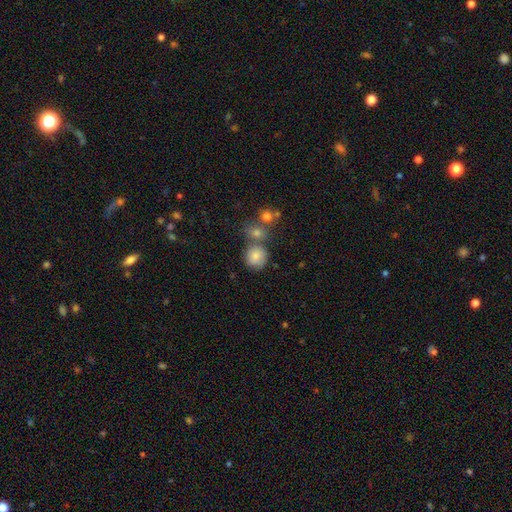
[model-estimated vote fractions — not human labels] Morphology: type=smooth (80%); roundness=round (81%); merging=none (56%).